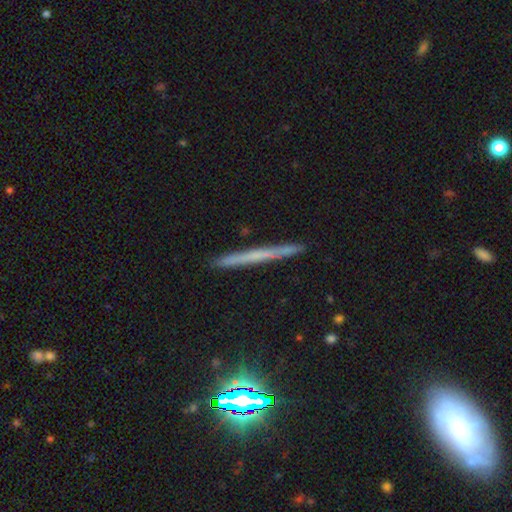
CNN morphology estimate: featured or disk 45%, smooth 41%, star or artifact 13%. Down the decision tree: merging — none (91%).